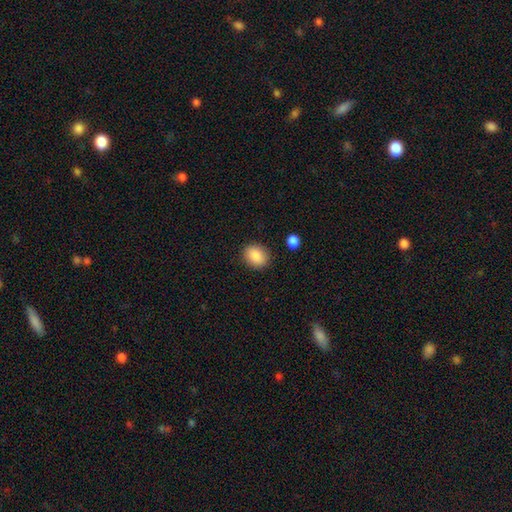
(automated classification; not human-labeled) Smooth or featured: smooth — 88% (star or artifact — 8%)
How rounded: in between — 56% (round — 43%)
Merging: none — 86% (minor disturbance — 9%)